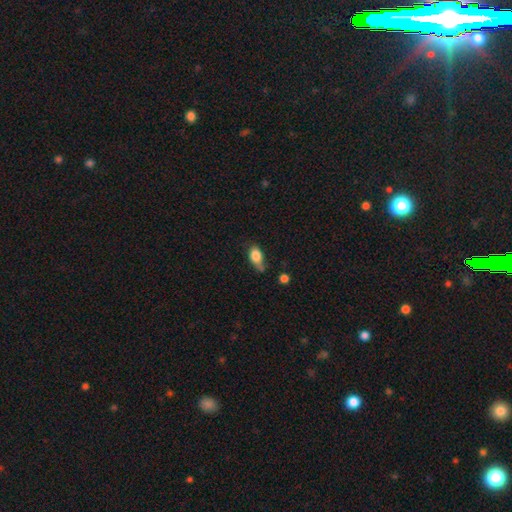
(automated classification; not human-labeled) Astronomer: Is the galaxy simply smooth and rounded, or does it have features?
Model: smooth — 82%.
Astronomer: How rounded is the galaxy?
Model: in between — 79%.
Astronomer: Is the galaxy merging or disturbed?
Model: none — 39% (runner-up: minor disturbance, 38%).